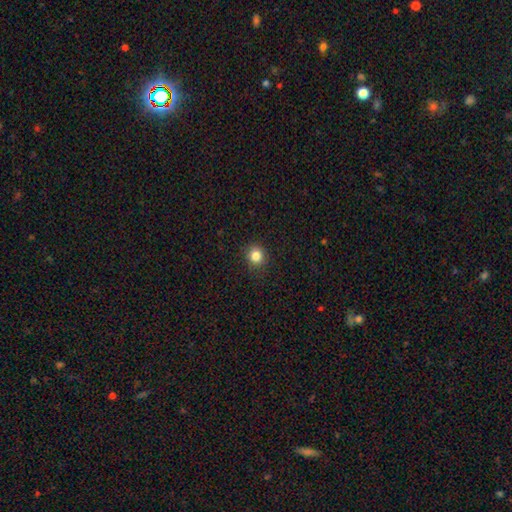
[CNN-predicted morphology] smooth_or_featured: smooth (p=0.84) [alt: star or artifact p=0.12]
how_rounded: round (p=0.85) [alt: in between p=0.14]
merging: none (p=0.88) [alt: minor disturbance p=0.08]